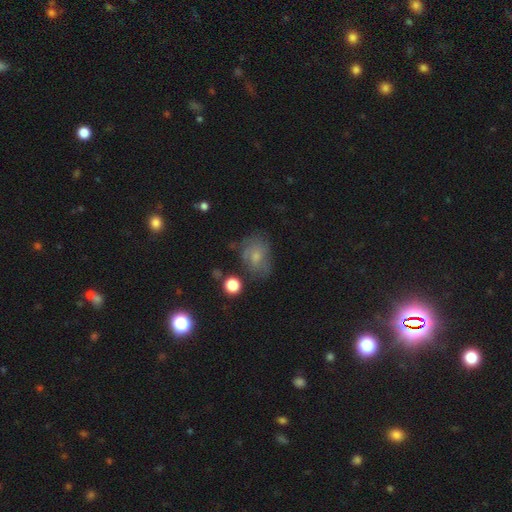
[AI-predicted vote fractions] A smooth galaxy with no disk features (53%) that is in between round and cigar-shaped (55%). Merging: none (52%).